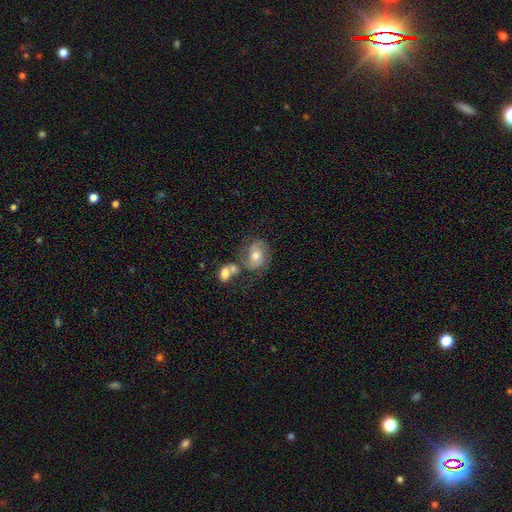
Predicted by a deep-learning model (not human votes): This appears to be a featured or disk galaxy (63%) with no bar (68%), 2 (72%) medium (46%) spiral arms (86%) and a moderate central bulge (72%). Merging: none (41%).